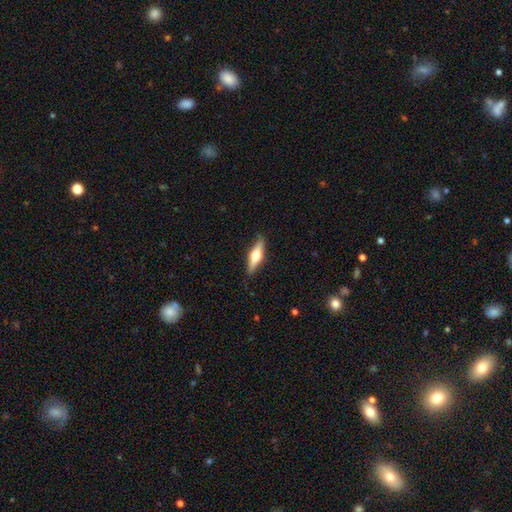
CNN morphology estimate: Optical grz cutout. It shows a featured or disk galaxy (55%) viewed edge-on (94%) with a rounded central bulge (94%). Merging: none (86%).